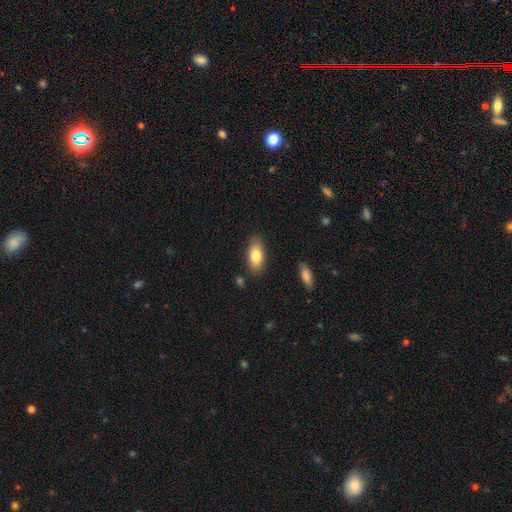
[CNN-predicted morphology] smooth_or_featured: smooth (p=0.82) [alt: featured or disk p=0.12]
how_rounded: in between (p=0.88) [alt: cigar-shaped p=0.09]
merging: none (p=0.83) [alt: minor disturbance p=0.12]